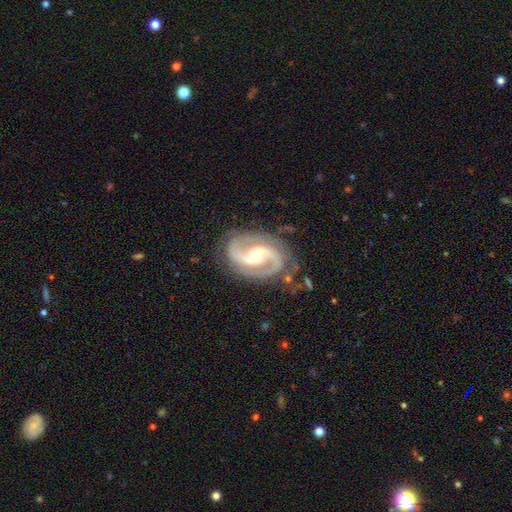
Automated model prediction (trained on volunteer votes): smooth-or-featured: featured or disk: 93% | star or artifact: 4% | smooth: 3%
  disk-edge-on: no: 98% | yes: 2%
    bar: weak: 45% | strong: 32% | no: 24%
    has-spiral-arms: yes: 98% | no: 2%
      spiral-winding: medium: 60% | tight: 26% | loose: 14%
      spiral-arm-count: 2: 92% | 3: 2% | can't tell: 2% | 1: 1% | 4: 1% | more than 4: 1%
    bulge-size: moderate: 53% | small: 42% | large: 3% | none: 1% | dominant: 1%
  merging: none: 78% | minor disturbance: 15% | major disturbance: 5% | merger: 2%